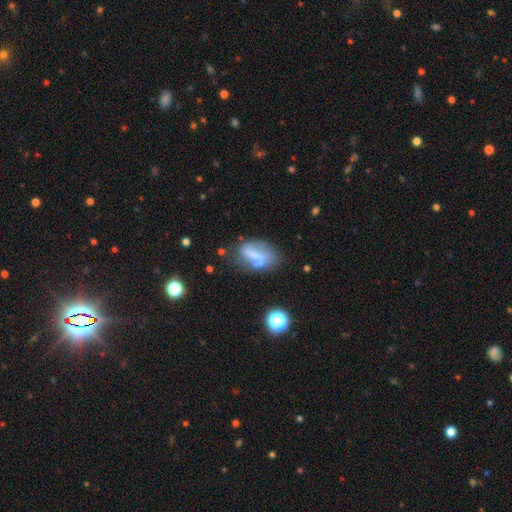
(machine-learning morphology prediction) Smooth or featured? Predicted: featured or disk (p=0.48). Merging? Predicted: none (p=0.48).